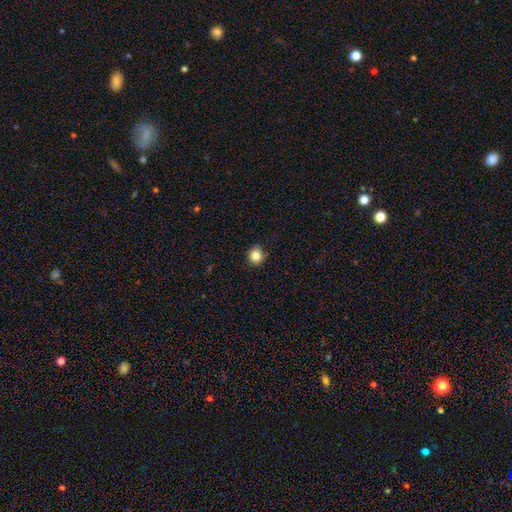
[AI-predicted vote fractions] This is clearly a smooth galaxy (83%). How rounded: clearly round (82%). Merging: clearly none (88%).